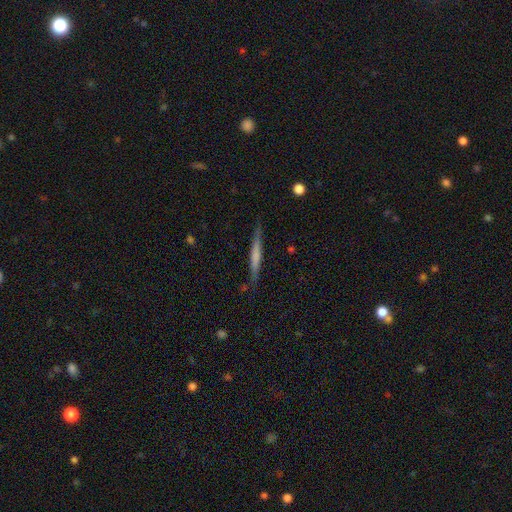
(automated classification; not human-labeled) Smooth or featured? Predicted: smooth (p=0.52). How rounded? Predicted: cigar-shaped (p=0.95). Merging? Predicted: none (p=0.84).